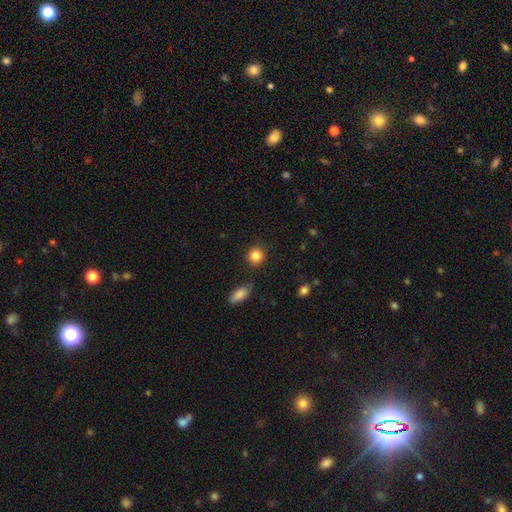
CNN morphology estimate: smooth-or-featured: smooth: 86% | star or artifact: 9% | featured or disk: 5%
  how-rounded: round: 86% | in between: 12% | cigar-shaped: 1%
  merging: none: 85% | minor disturbance: 9% | merger: 3% | major disturbance: 3%